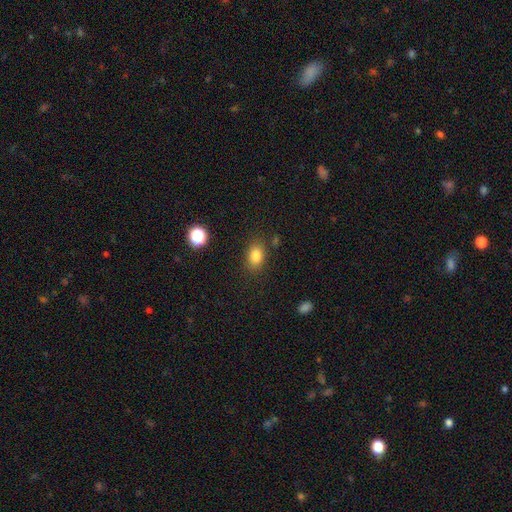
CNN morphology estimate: A smooth galaxy with no disk features (82%) that is in between round and cigar-shaped (77%).

Vote fractions:
- Smooth or featured? smooth: 82% / star or artifact: 11% / featured or disk: 7%
- How rounded? in between: 77% / round: 21% / cigar-shaped: 2%
- Merging? none: 82% / minor disturbance: 11% / major disturbance: 4% / merger: 3%